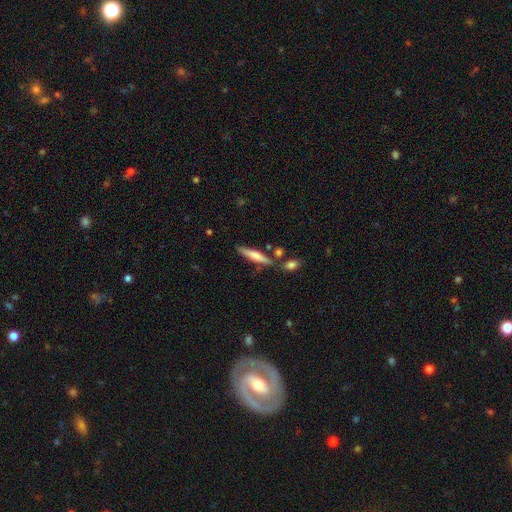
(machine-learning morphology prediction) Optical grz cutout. It shows a smooth galaxy with no disk features (62%) that is cigar-shaped (87%). Merging: none (75%).